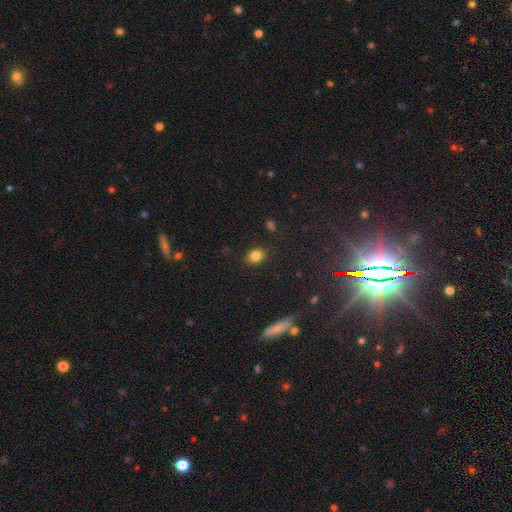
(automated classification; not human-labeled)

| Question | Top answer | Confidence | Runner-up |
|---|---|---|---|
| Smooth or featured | smooth | 82% | star or artifact (11%) |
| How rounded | in between | 55% | round (43%) |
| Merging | none | 84% | minor disturbance (11%) |